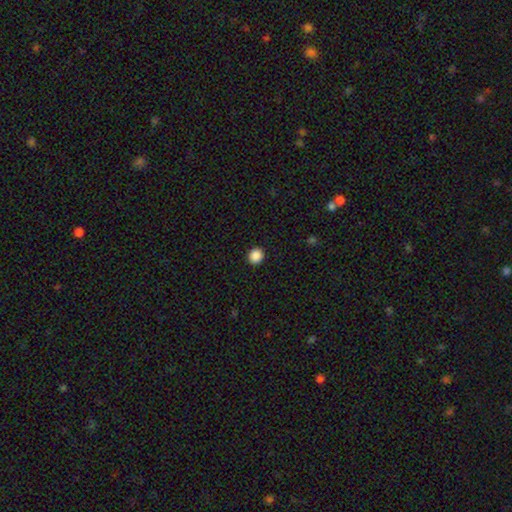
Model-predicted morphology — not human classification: Overall: smooth (88%). How rounded: round (86%). Merging: none (93%).